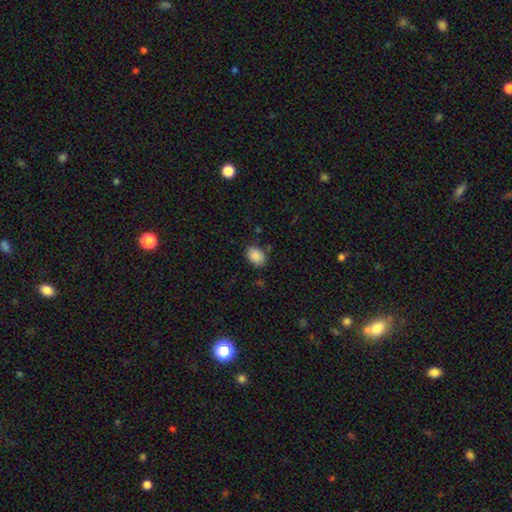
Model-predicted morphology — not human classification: smooth 87%, star or artifact 8%, featured or disk 5%. Down the decision tree: how rounded — in between (76%); merging — none (80%).